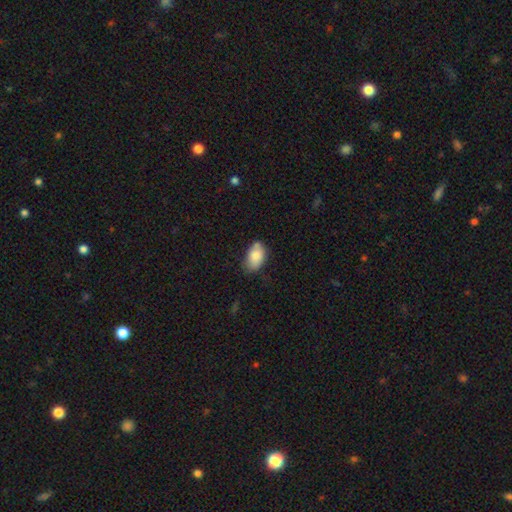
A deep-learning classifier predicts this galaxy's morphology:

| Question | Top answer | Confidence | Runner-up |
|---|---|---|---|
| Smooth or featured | smooth | 83% | featured or disk (10%) |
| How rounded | in between | 90% | round (9%) |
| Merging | none | 59% | minor disturbance (26%) |